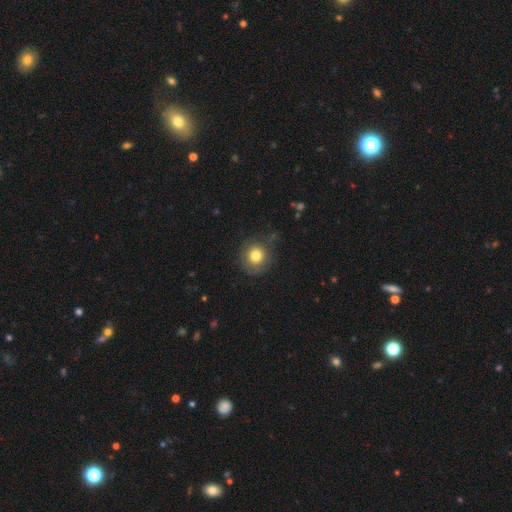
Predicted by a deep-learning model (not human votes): A smooth galaxy with no disk features (79%) that is round (90%). Merging: none (76%).